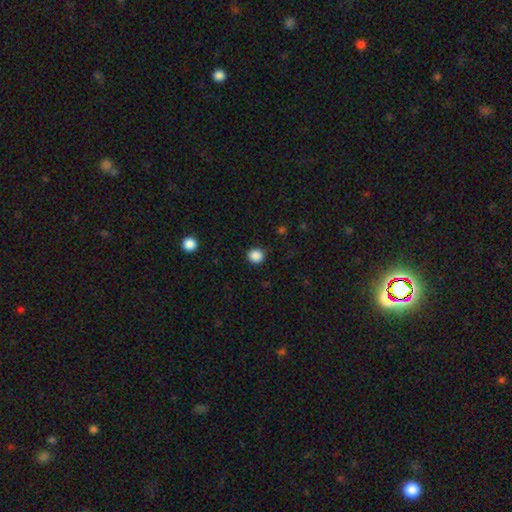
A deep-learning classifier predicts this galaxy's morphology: This appears to be a smooth galaxy with no disk features (87%) that is round (91%). Merging: none (90%).